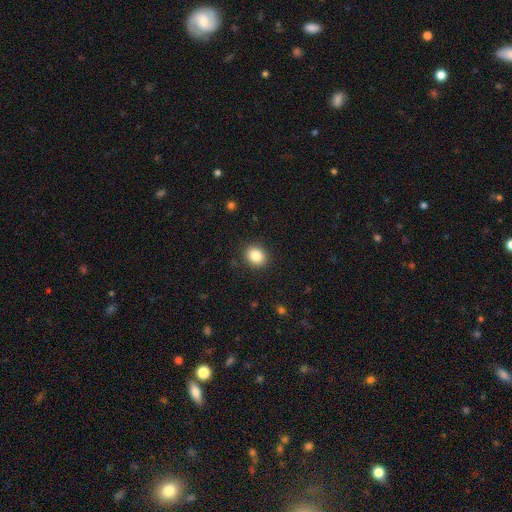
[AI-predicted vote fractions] A smooth galaxy with no disk features (85%) that is round (60%). Merging: none (89%).